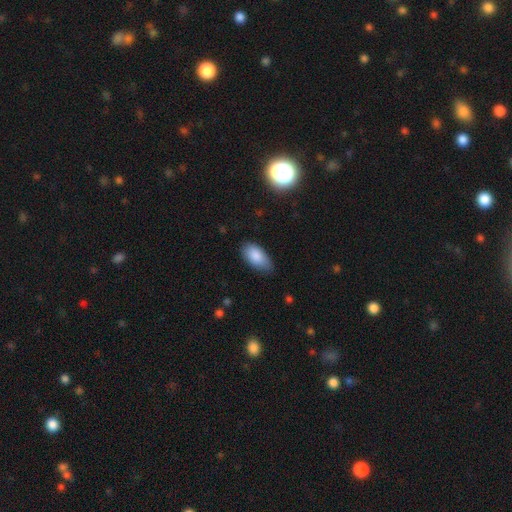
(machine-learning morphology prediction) Smooth or featured: smooth — 86% (featured or disk — 7%)
How rounded: in between — 94% (cigar-shaped — 3%)
Merging: none — 70% (minor disturbance — 25%)